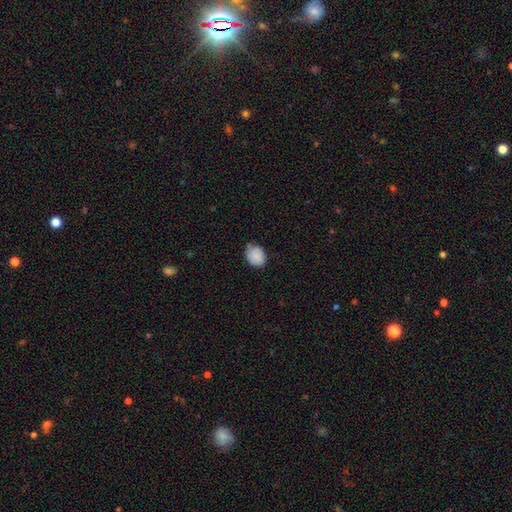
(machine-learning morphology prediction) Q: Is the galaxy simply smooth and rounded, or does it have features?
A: smooth — 83%.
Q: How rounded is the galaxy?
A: in between — 59%.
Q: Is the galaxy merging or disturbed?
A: none — 67%.